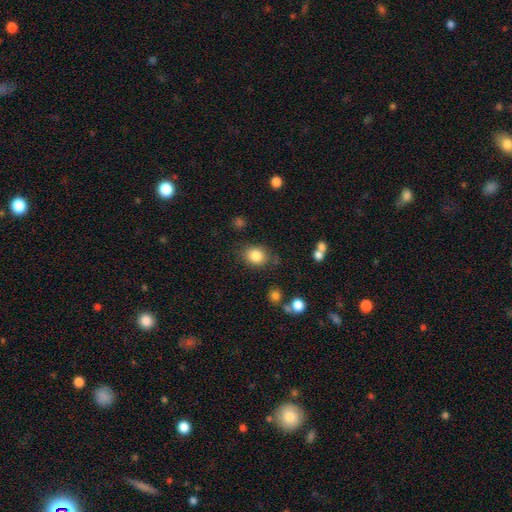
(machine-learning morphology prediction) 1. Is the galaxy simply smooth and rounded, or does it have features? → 84% smooth, 10% star or artifact, 7% featured or disk.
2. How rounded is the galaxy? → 51% round, 48% in between, 1% cigar-shaped.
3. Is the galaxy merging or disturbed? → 79% none, 14% minor disturbance, 4% major disturbance, 4% merger.